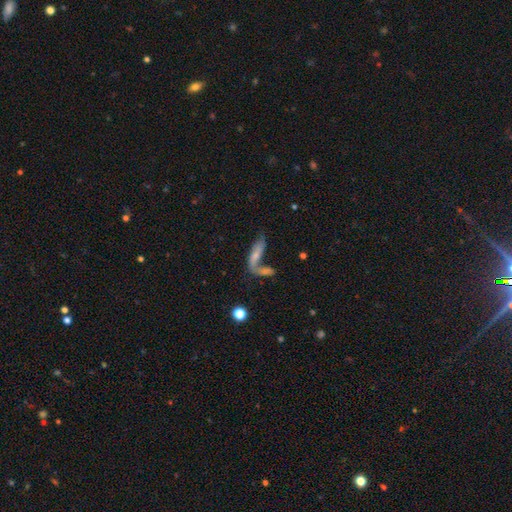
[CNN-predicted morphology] A smooth galaxy with no disk features (54%) that is cigar-shaped (52%).

Vote fractions:
- Smooth or featured? smooth: 54% / featured or disk: 37% / star or artifact: 10%
- How rounded? cigar-shaped: 52% / in between: 45% / round: 3%
- Merging? merger: 50% / none: 25% / major disturbance: 14% / minor disturbance: 11%